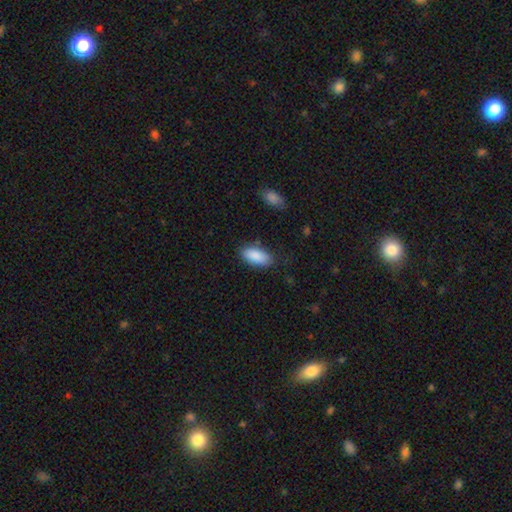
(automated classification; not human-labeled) A smooth galaxy with no disk features (89%) that is in between round and cigar-shaped (89%). Merging: none (82%).